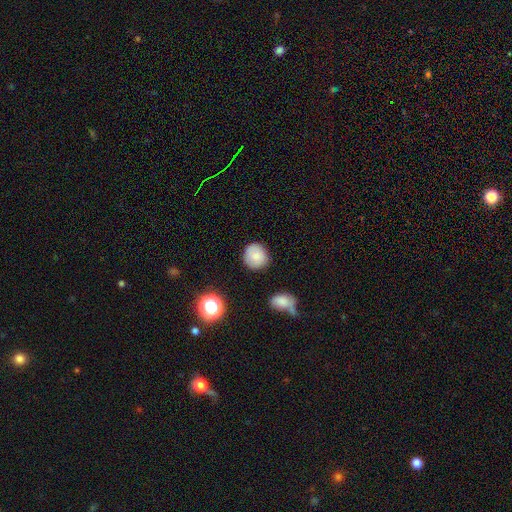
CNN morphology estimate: The model was most divided on "merging": none: 84%, minor disturbance: 11%, major disturbance: 3%, merger: 2%. More confident: how rounded — round (89%); smooth or featured — smooth (84%).